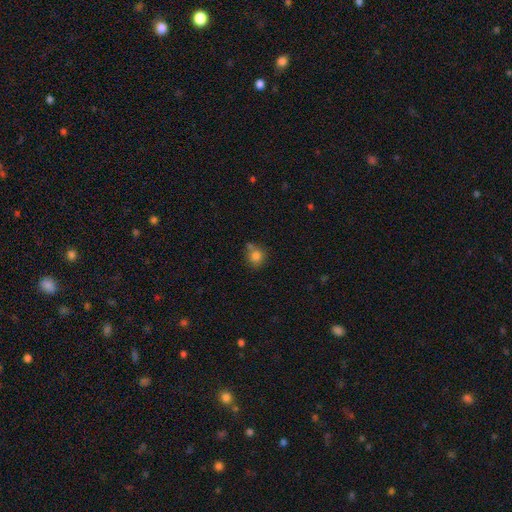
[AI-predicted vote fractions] smooth-or-featured: smooth: 82% | star or artifact: 11% | featured or disk: 7%
  how-rounded: round: 85% | in between: 14% | cigar-shaped: 1%
  merging: none: 64% | merger: 18% | minor disturbance: 14% | major disturbance: 4%